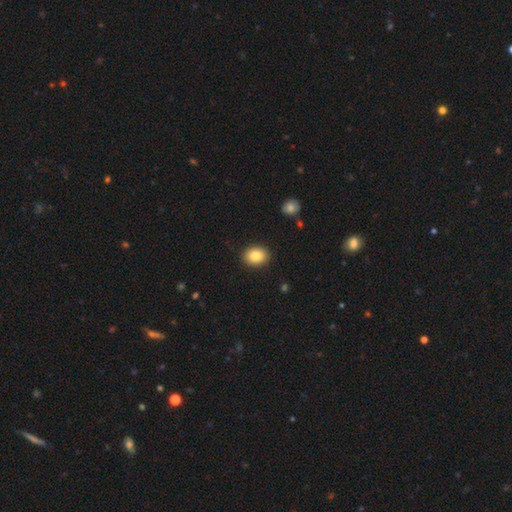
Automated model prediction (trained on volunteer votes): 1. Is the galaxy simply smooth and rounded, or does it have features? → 85% smooth, 8% star or artifact, 7% featured or disk.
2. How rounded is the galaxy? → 62% in between, 37% round, 1% cigar-shaped.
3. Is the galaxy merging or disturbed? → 89% none, 8% minor disturbance, 2% major disturbance, 1% merger.